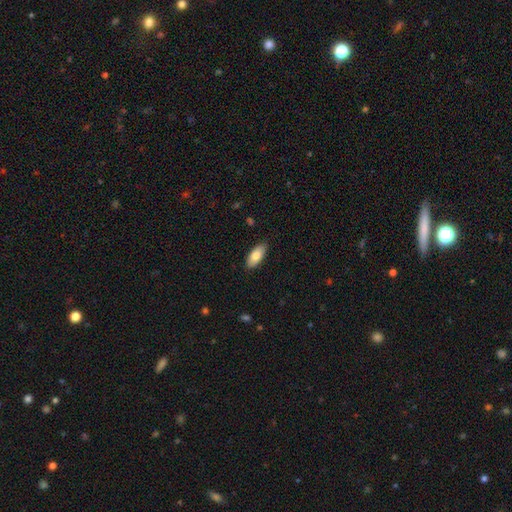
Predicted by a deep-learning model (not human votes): smooth_or_featured: smooth (p=0.80) [alt: featured or disk p=0.14]
how_rounded: in between (p=0.88) [alt: cigar-shaped p=0.10]
merging: none (p=0.88) [alt: minor disturbance p=0.10]